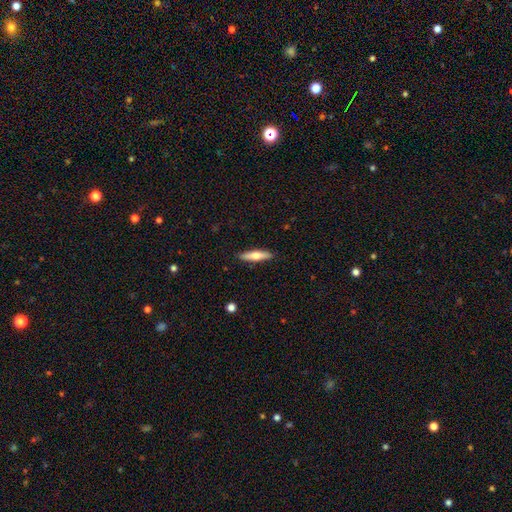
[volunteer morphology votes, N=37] smooth_or_featured: smooth (p=0.51) [alt: featured or disk p=0.49]
how_rounded: cigar-shaped (p=0.79) [alt: in between p=0.16]
merging: none (p=0.95) [alt: minor disturbance p=0.05]